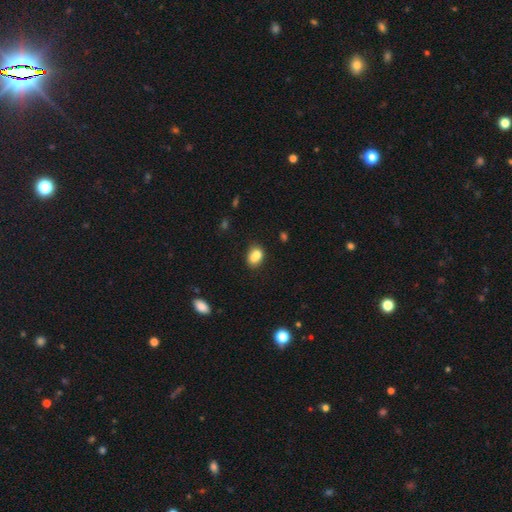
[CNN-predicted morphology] smooth_or_featured: smooth (p=0.74) [alt: featured or disk p=0.16]
how_rounded: in between (p=0.59) [alt: round p=0.39]
merging: merger (p=0.46) [alt: none p=0.36]